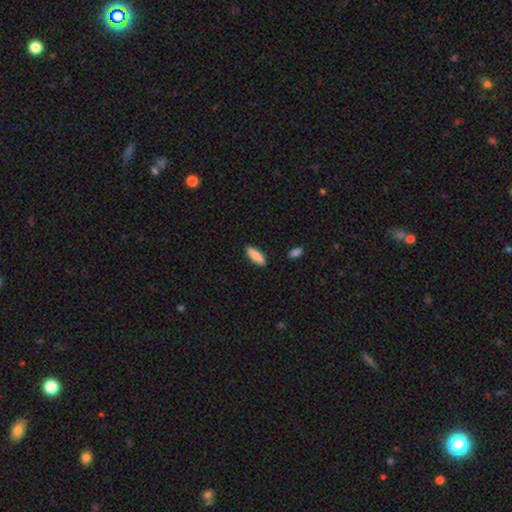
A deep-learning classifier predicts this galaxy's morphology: Smooth or featured?
  - smooth: 84% *
  - featured or disk: 11%
  - star or artifact: 6%
How rounded?
  - in between: 62% *
  - cigar-shaped: 36%
  - round: 2%
Merging?
  - none: 88% *
  - minor disturbance: 8%
  - major disturbance: 2%
  - merger: 2%